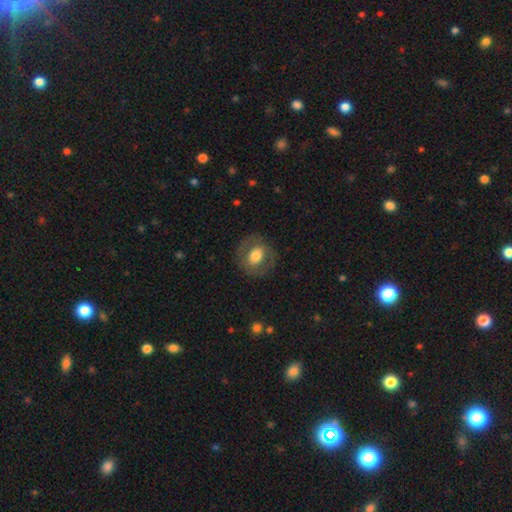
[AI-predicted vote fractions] Morphology: type=smooth (53%); roundness=round (64%); merging=none (78%).